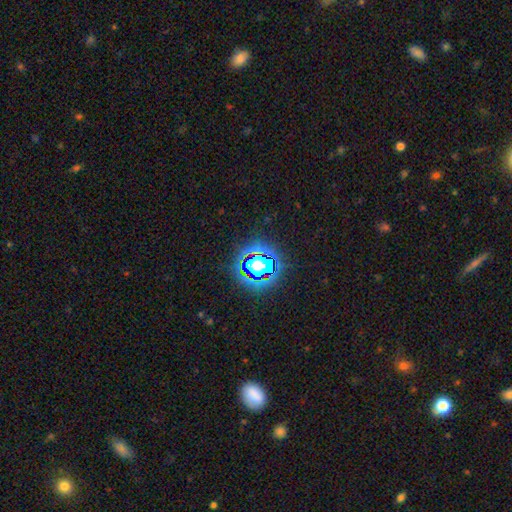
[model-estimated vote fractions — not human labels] This is possibly a star or artifact rather than a galaxy (58%).